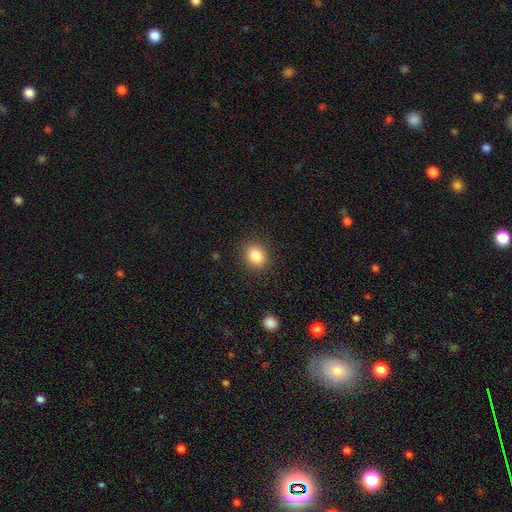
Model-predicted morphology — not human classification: This is clearly a smooth galaxy (85%). How rounded: possibly round (53%). Merging: clearly none (88%).